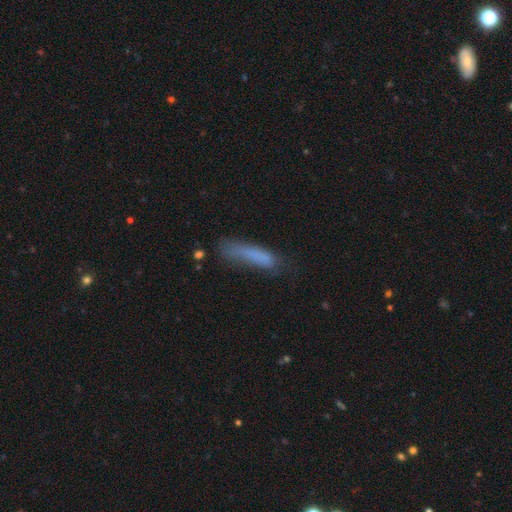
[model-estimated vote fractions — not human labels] A smooth galaxy with no disk features (73%) that is cigar-shaped (83%).

Vote fractions:
- Smooth or featured? smooth: 73% / featured or disk: 17% / star or artifact: 10%
- How rounded? cigar-shaped: 83% / in between: 15% / round: 2%
- Merging? none: 53% / minor disturbance: 26% / major disturbance: 17% / merger: 4%